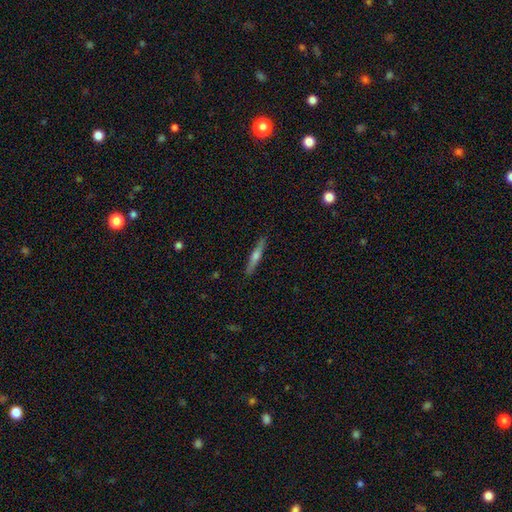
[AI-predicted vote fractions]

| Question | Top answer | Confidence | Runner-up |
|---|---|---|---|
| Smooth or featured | featured or disk | 56% | smooth (37%) |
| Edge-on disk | yes | 96% | no (4%) |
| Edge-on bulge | rounded | 80% | none (13%) |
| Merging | none | 89% | minor disturbance (8%) |